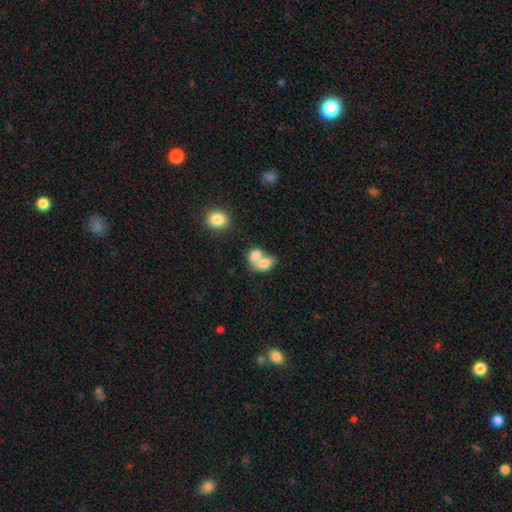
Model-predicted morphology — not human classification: This is likely a smooth galaxy (76%). How rounded: likely in between (72%). Merging: likely merger (71%).